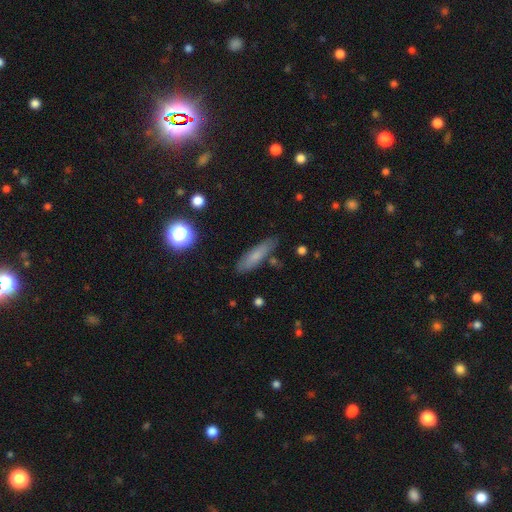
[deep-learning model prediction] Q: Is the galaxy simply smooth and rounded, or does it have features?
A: smooth — 69%.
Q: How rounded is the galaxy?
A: cigar-shaped — 67%.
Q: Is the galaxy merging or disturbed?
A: none — 80%.